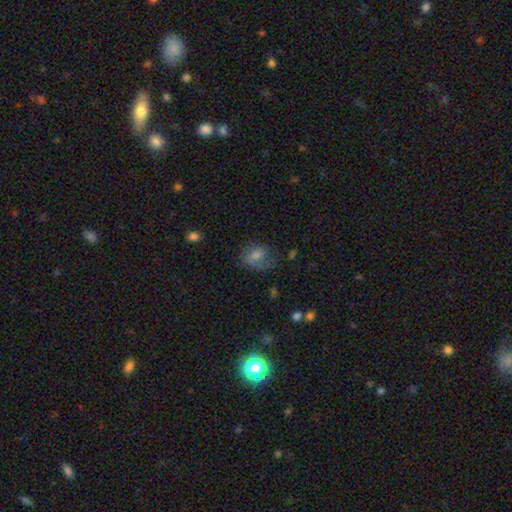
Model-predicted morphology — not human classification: A smooth galaxy with no disk features (53%) that is in between round and cigar-shaped (66%). Merging: none (53%).